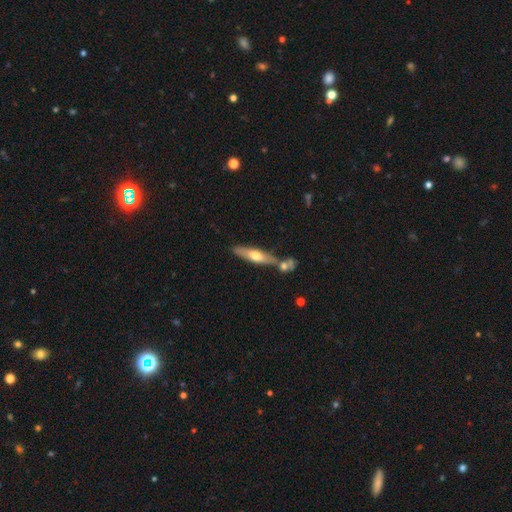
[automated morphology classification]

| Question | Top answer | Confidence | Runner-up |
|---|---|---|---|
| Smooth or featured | featured or disk | 50% | smooth (45%) |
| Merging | none | 59% | merger (25%) |